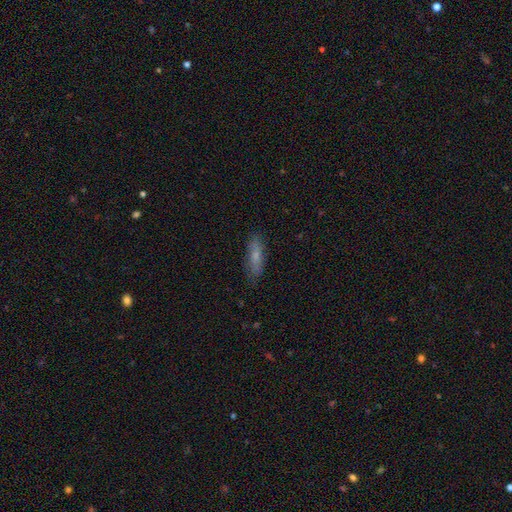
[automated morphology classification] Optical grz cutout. It shows a smooth galaxy with no disk features (67%) that is cigar-shaped (61%). Merging: none (80%).